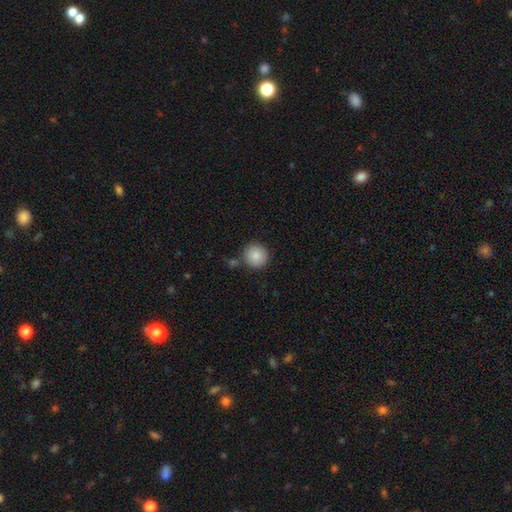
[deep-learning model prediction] Smooth or featured?
  - smooth: 87% *
  - star or artifact: 8%
  - featured or disk: 5%
How rounded?
  - round: 93% *
  - in between: 6%
  - cigar-shaped: 1%
Merging?
  - none: 82% *
  - minor disturbance: 9%
  - merger: 6%
  - major disturbance: 3%